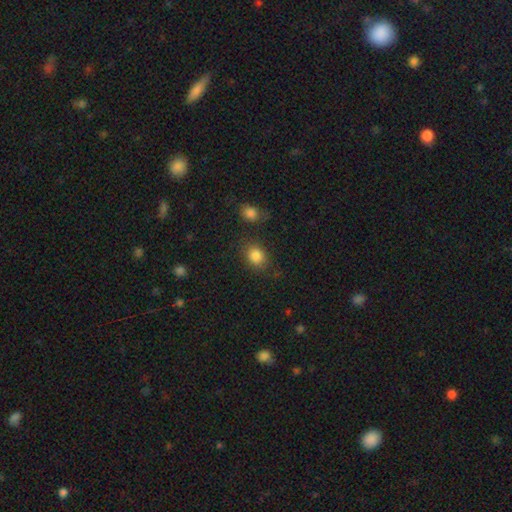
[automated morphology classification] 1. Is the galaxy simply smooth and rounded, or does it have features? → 84% smooth, 11% star or artifact, 5% featured or disk.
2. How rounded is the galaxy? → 54% round, 45% in between, 1% cigar-shaped.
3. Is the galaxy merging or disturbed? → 74% none, 13% minor disturbance, 7% merger, 5% major disturbance.